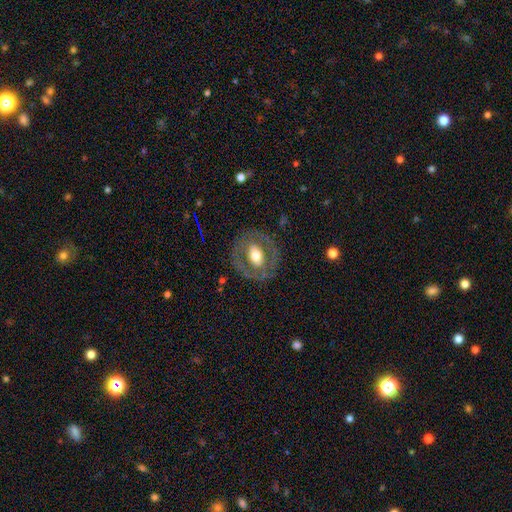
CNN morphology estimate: smooth_or_featured: featured or disk (p=0.55) [alt: smooth p=0.38]
disk_edge_on: no (p=0.93) [alt: yes p=0.07]
bar: no (p=0.56) [alt: weak p=0.25]
has_spiral_arms: no (p=0.84) [alt: yes p=0.16]
bulge_size: moderate (p=0.60) [alt: large p=0.27]
merging: none (p=0.79) [alt: minor disturbance p=0.12]